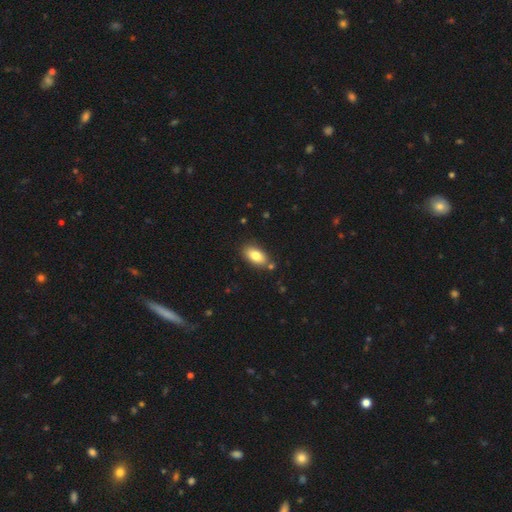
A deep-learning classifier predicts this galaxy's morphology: Smooth or featured? smooth (82%)
How rounded? in between (92%)
Merging? none (79%)